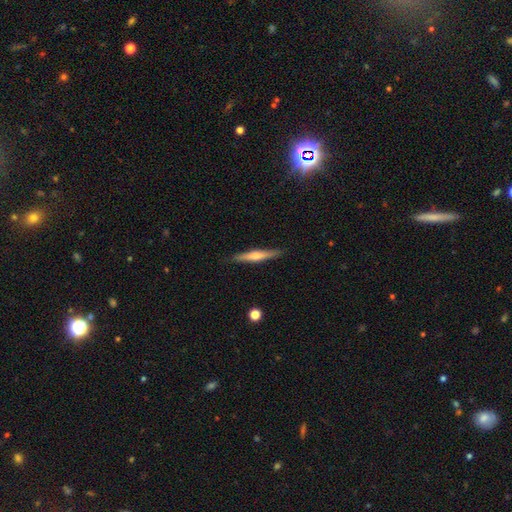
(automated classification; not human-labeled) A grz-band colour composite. It shows a featured or disk galaxy (53%) viewed edge-on (97%) with a rounded central bulge (73%). Merging: none (89%).